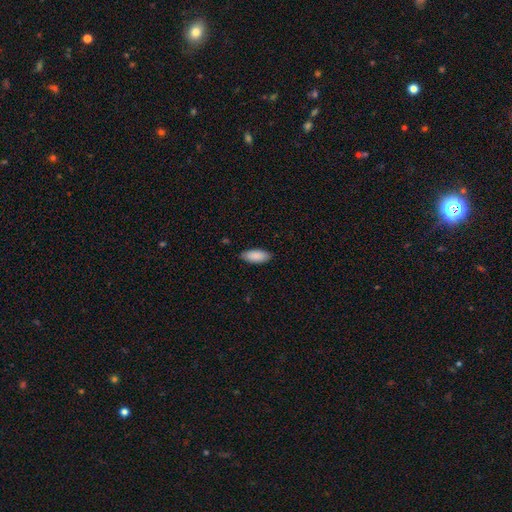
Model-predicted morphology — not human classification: smooth-or-featured: smooth: 90% | star or artifact: 6% | featured or disk: 5%
  how-rounded: in between: 85% | cigar-shaped: 13% | round: 2%
  merging: none: 86% | minor disturbance: 11% | major disturbance: 2% | merger: 1%